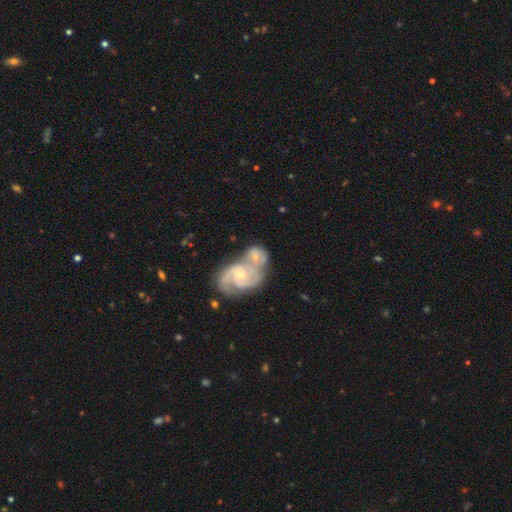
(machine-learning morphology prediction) featured or disk 76%, smooth 18%, star or artifact 6%. Down the decision tree: edge-on disk — no (97%); bar — no (64%); spiral arms — yes (92%); spiral arm count — 2 (70%); spiral winding — medium (50%); bulge size — small (51%); merging — merger (65%).